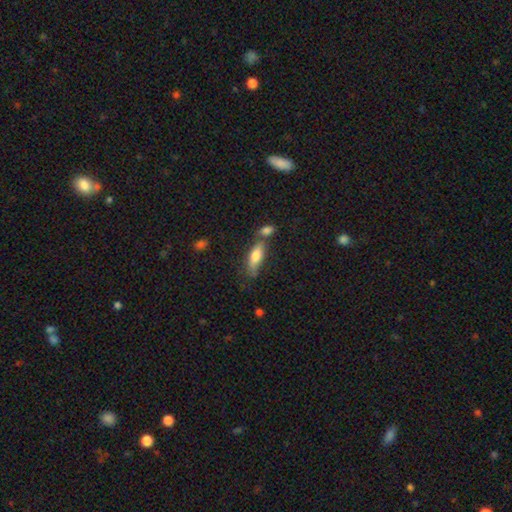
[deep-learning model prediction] Smooth or featured? Predicted: smooth (p=0.74). How rounded? Predicted: in between (p=0.64). Merging? Predicted: none (p=0.52).